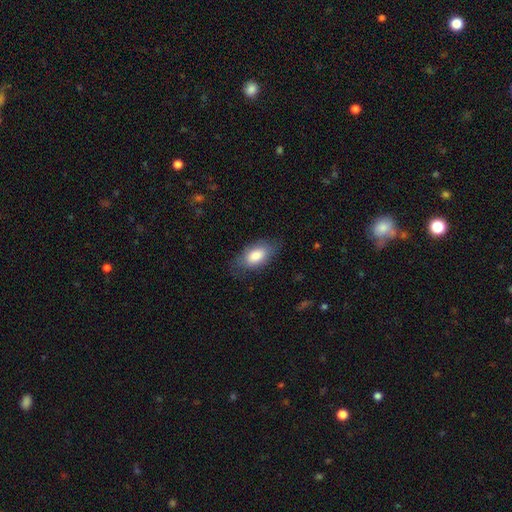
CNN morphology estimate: The model was most divided on "merging": none: 75%, minor disturbance: 19%, major disturbance: 6%, merger: 1%. More confident: how rounded — in between (92%); smooth or featured — smooth (81%).